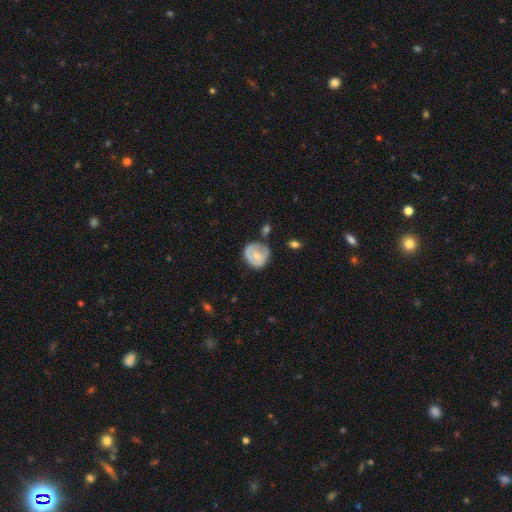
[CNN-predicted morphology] smooth 57%, featured or disk 37%, star or artifact 6%. Down the decision tree: how rounded — round (81%); merging — none (54%).